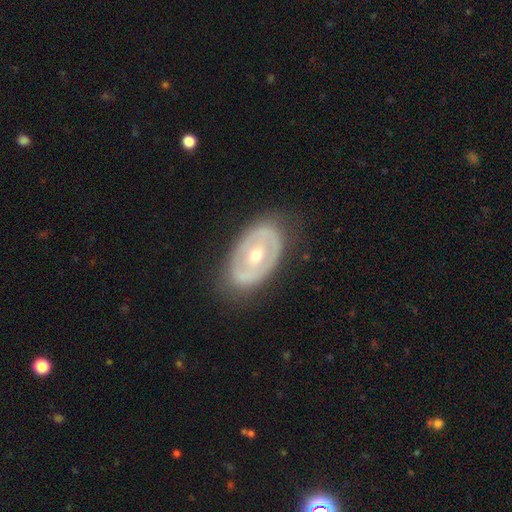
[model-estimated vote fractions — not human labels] A featured or disk galaxy (67%) with no bar (71%), no spiral arms (80%) and a moderate central bulge (55%).

Vote fractions:
- Smooth or featured? featured or disk: 67% / smooth: 27% / star or artifact: 6%
- Edge-on disk? no: 91% / yes: 9%
- Bar? no: 71% / weak: 18% / strong: 11%
- Spiral arms? no: 80% / yes: 20%
- Bulge size? moderate: 55% / small: 41% / large: 2% / none: 1% / dominant: 1%
- Merging? none: 77% / minor disturbance: 15% / major disturbance: 6% / merger: 1%